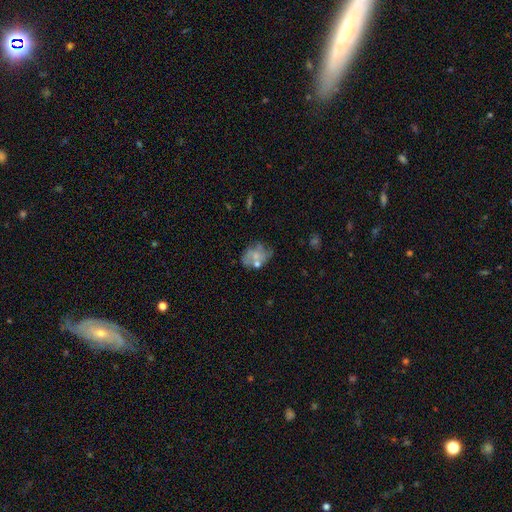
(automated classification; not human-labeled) Smooth or featured? Predicted: featured or disk (p=0.51). Edge-on disk? Predicted: no (p=0.97). Merging? Predicted: none (p=0.43).